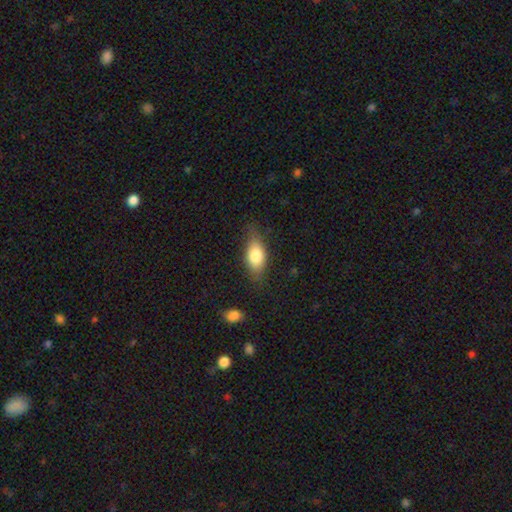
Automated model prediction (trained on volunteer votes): smooth_or_featured: smooth (p=0.77) [alt: featured or disk p=0.16]
how_rounded: in between (p=0.84) [alt: cigar-shaped p=0.09]
merging: none (p=0.69) [alt: minor disturbance p=0.23]